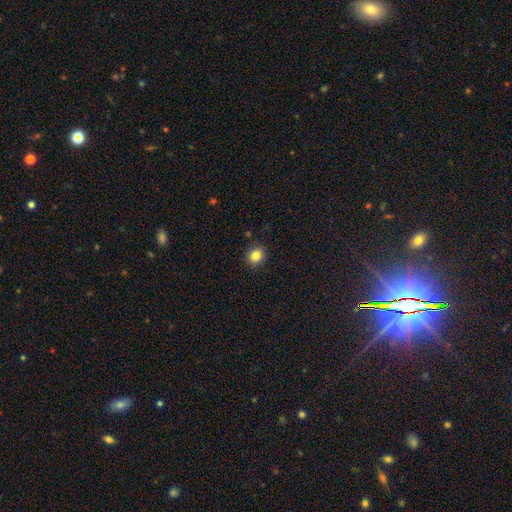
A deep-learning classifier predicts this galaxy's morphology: This is clearly a smooth galaxy (84%). How rounded: clearly round (81%). Merging: clearly none (91%).